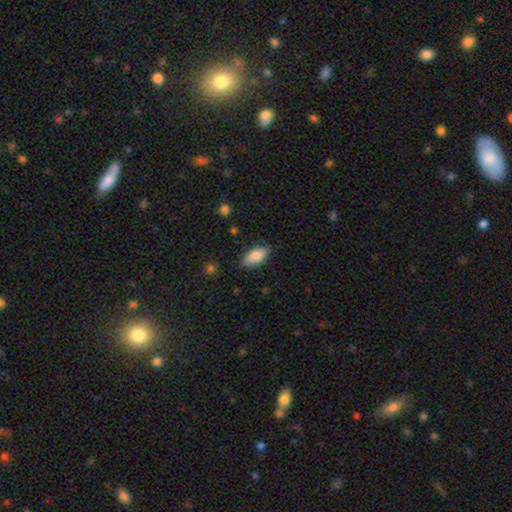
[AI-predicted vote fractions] Morphology: type=smooth (86%); roundness=in between (91%); merging=none (84%).